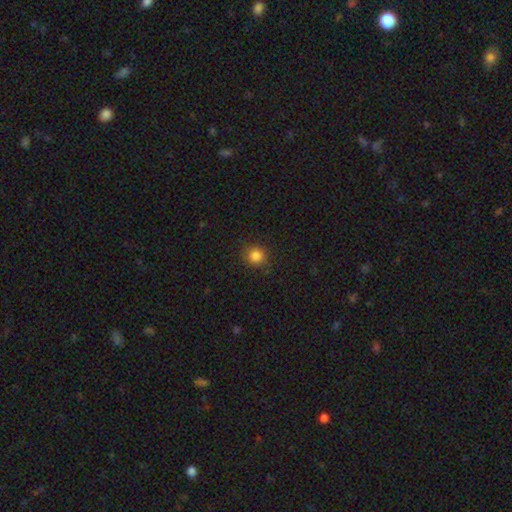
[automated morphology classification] A smooth galaxy with no disk features (84%) that is round (90%).

Vote fractions:
- Smooth or featured? smooth: 84% / star or artifact: 12% / featured or disk: 4%
- How rounded? round: 90% / in between: 9% / cigar-shaped: 1%
- Merging? none: 88% / minor disturbance: 8% / major disturbance: 2% / merger: 1%